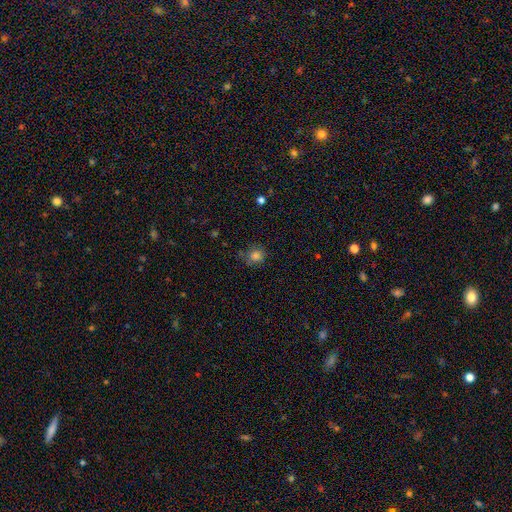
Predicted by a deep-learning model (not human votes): Overall: smooth (81%). How rounded: round (82%). Merging: none (73%).